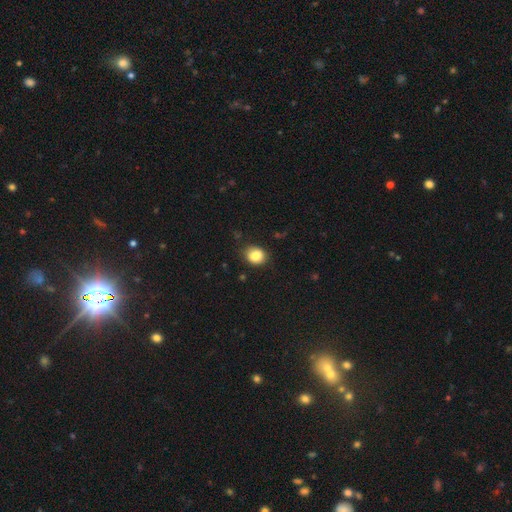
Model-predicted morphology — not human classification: A smooth galaxy with no disk features (85%) that is round (61%). Merging: none (82%).